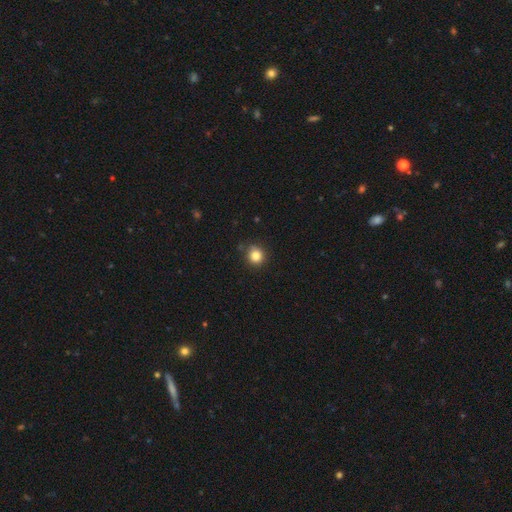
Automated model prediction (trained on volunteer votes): Smooth or featured? smooth (83%)
How rounded? round (91%)
Merging? none (85%)